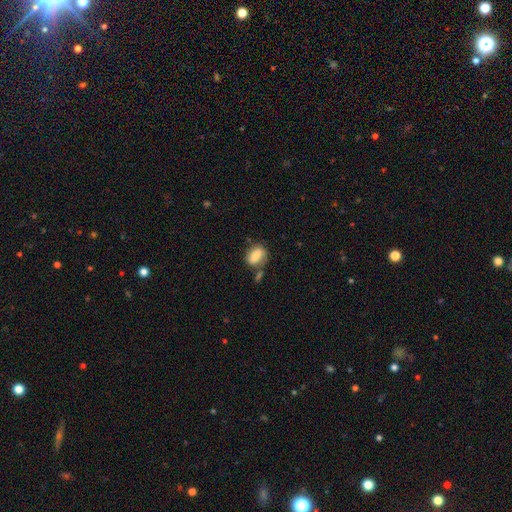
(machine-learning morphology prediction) Smooth or featured?
  - smooth: 74% *
  - featured or disk: 18%
  - star or artifact: 8%
How rounded?
  - in between: 76% *
  - round: 22%
  - cigar-shaped: 2%
Merging?
  - none: 47% *
  - minor disturbance: 22%
  - merger: 21%
  - major disturbance: 10%